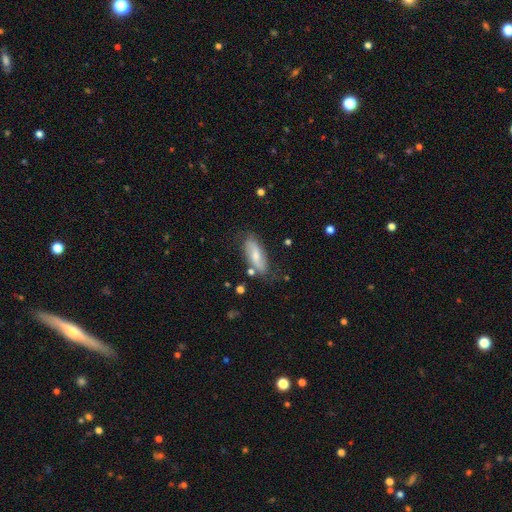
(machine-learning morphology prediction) smooth-or-featured: smooth: 51% | featured or disk: 43% | star or artifact: 6%
  how-rounded: in between: 74% | cigar-shaped: 23% | round: 3%
  merging: none: 72% | minor disturbance: 19% | major disturbance: 5% | merger: 4%